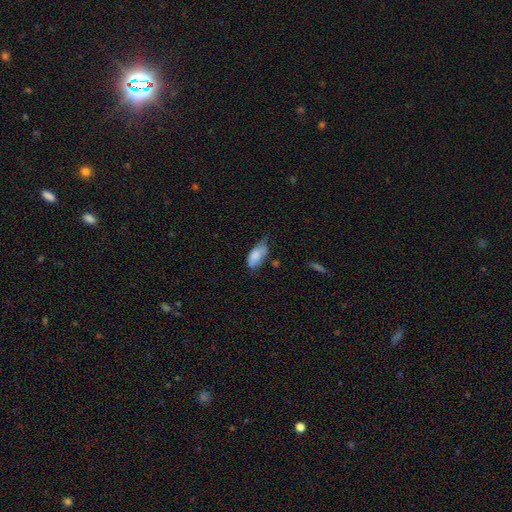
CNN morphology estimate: Smooth or featured: smooth — 80% (featured or disk — 13%)
How rounded: in between — 91% (cigar-shaped — 6%)
Merging: minor disturbance — 45% (none — 34%)